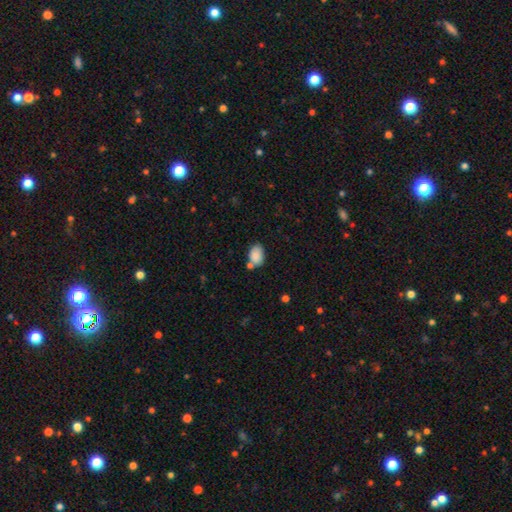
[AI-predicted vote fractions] Morphology: type=smooth (86%); roundness=in between (84%); merging=none (61%).